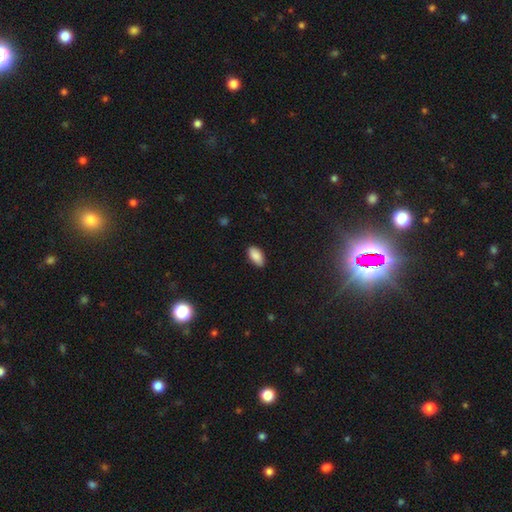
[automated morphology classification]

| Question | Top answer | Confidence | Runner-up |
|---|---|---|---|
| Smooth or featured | smooth | 88% | star or artifact (7%) |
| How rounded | in between | 93% | cigar-shaped (4%) |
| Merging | none | 86% | minor disturbance (11%) |